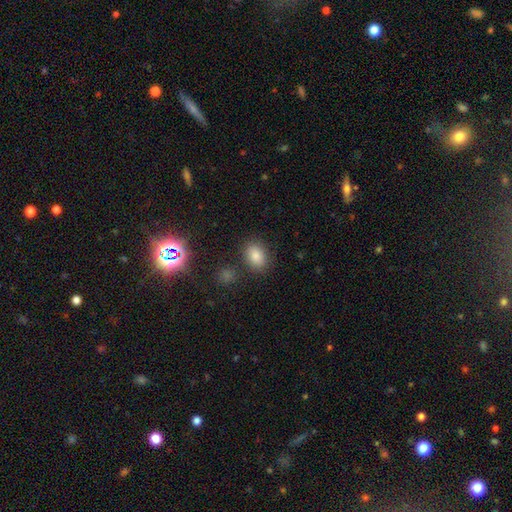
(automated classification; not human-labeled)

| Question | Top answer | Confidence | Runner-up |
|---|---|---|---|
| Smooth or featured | smooth | 84% | star or artifact (10%) |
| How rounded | in between | 73% | round (26%) |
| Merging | none | 80% | minor disturbance (11%) |